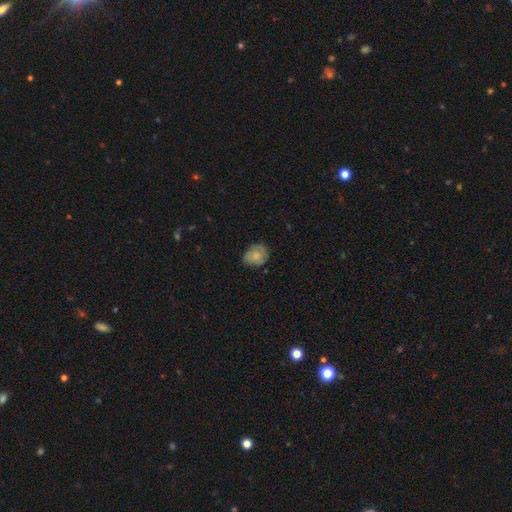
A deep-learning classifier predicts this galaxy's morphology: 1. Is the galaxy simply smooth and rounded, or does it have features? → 75% smooth, 18% featured or disk, 7% star or artifact.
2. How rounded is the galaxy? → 50% in between, 49% round, 1% cigar-shaped.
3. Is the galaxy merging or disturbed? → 68% none, 25% minor disturbance, 5% major disturbance, 1% merger.